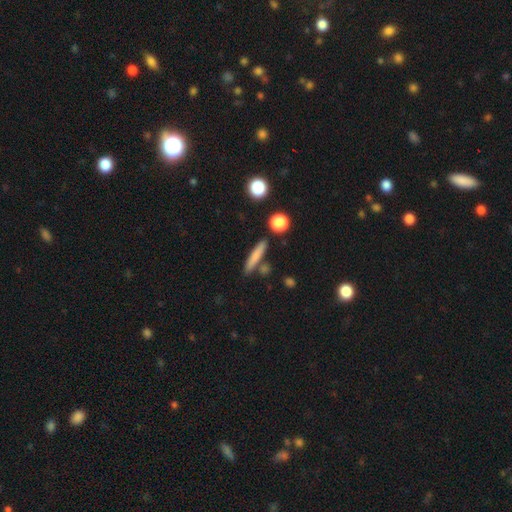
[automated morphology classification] Q: Smooth or featured?
A: smooth (75%); runner-up: featured or disk (17%)
Q: How rounded?
A: cigar-shaped (89%); runner-up: in between (8%)
Q: Merging?
A: none (80%); runner-up: minor disturbance (10%)